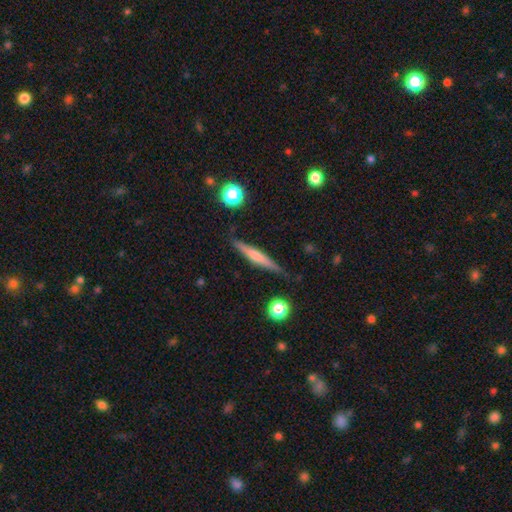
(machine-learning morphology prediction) Q: Smooth or featured?
A: featured or disk (50%); runner-up: smooth (43%)
Q: Merging?
A: none (85%); runner-up: minor disturbance (11%)